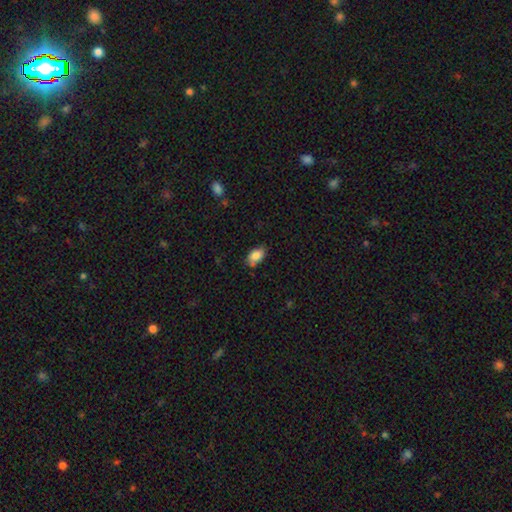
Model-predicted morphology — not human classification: smooth_or_featured: smooth (p=0.84) [alt: featured or disk p=0.08]
how_rounded: in between (p=0.91) [alt: round p=0.07]
merging: none (p=0.71) [alt: minor disturbance p=0.21]